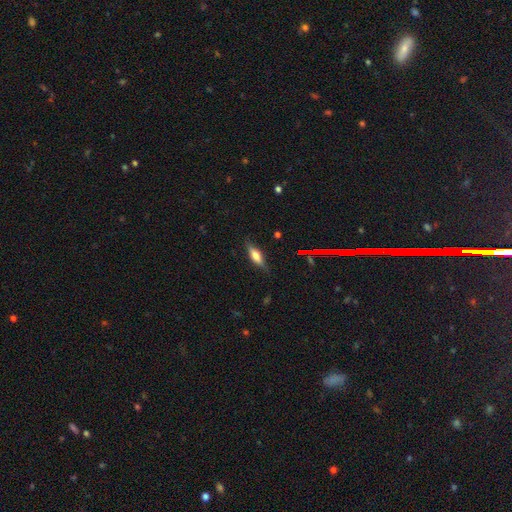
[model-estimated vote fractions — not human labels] The model was most divided on "how rounded": in between: 52%, cigar-shaped: 46%, round: 3%. More confident: merging — none (79%); smooth or featured — smooth (56%).